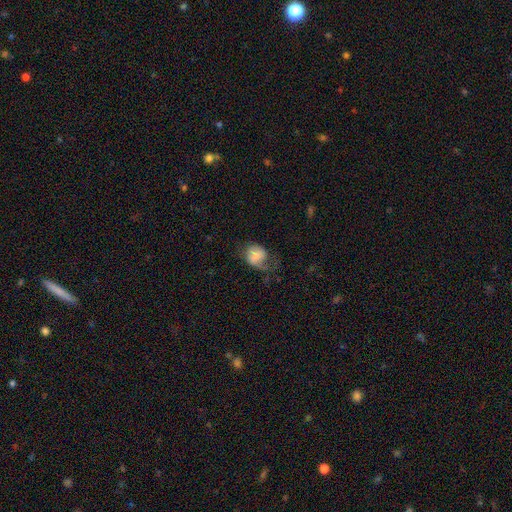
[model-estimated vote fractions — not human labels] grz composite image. It shows a smooth galaxy with no disk features (63%) that is round (55%). Merging: major disturbance (36%).